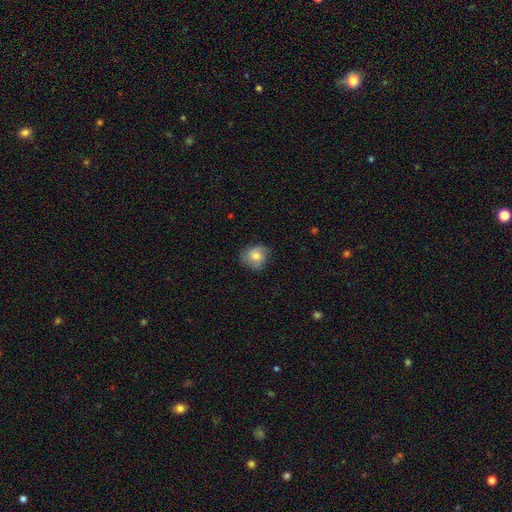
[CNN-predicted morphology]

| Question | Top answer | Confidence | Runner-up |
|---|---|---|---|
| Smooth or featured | smooth | 71% | featured or disk (21%) |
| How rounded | round | 71% | in between (28%) |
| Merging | none | 70% | minor disturbance (23%) |